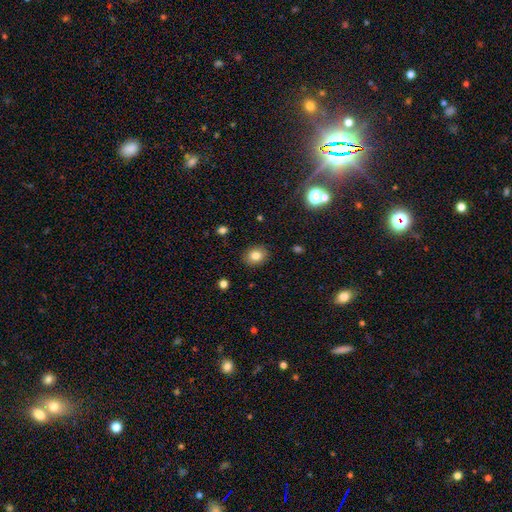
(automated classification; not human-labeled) Smooth or featured? Predicted: smooth (p=0.82). How rounded? Predicted: in between (p=0.53). Merging? Predicted: none (p=0.88).